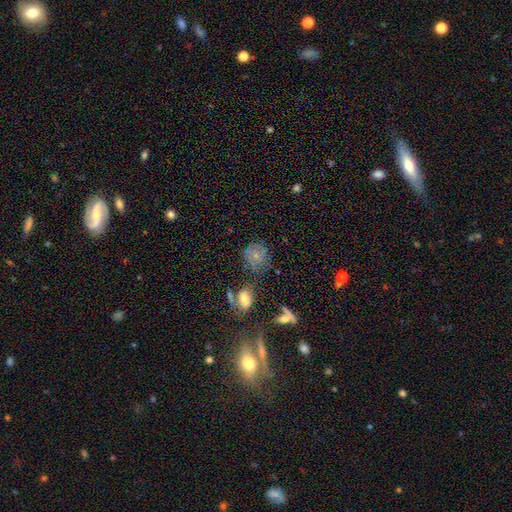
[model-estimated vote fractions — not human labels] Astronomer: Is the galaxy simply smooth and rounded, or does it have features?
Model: smooth — 52% (runner-up: featured or disk, 32%).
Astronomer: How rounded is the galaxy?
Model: round — 76%.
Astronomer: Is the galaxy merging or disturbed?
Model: none — 59%.